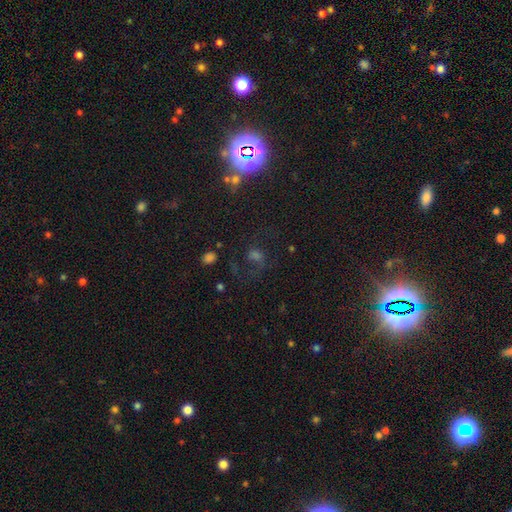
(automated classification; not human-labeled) Smooth or featured? Predicted: star or artifact (p=0.48).